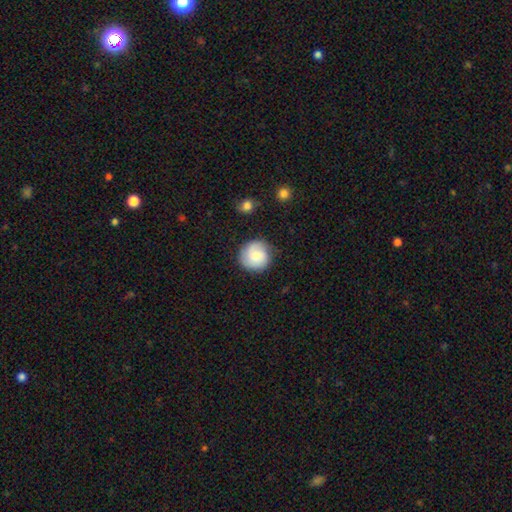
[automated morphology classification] smooth 69%, featured or disk 24%, star or artifact 7%. Down the decision tree: how rounded — round (92%); merging — none (80%).